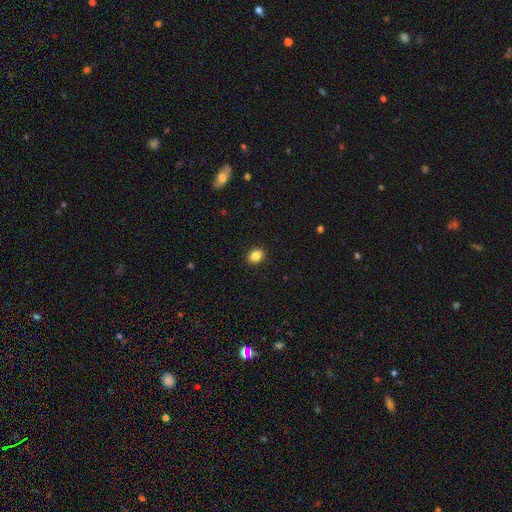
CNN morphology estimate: smooth 86%, star or artifact 9%, featured or disk 5%. Down the decision tree: how rounded — in between (66%); merging — none (90%).